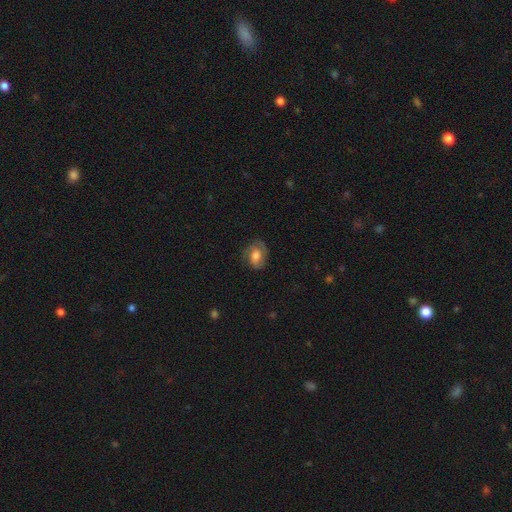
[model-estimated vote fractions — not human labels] smooth-or-featured: featured or disk: 51% | smooth: 41% | star or artifact: 8%
  disk-edge-on: no: 96% | yes: 4%
  merging: none: 66% | minor disturbance: 21% | major disturbance: 11% | merger: 1%